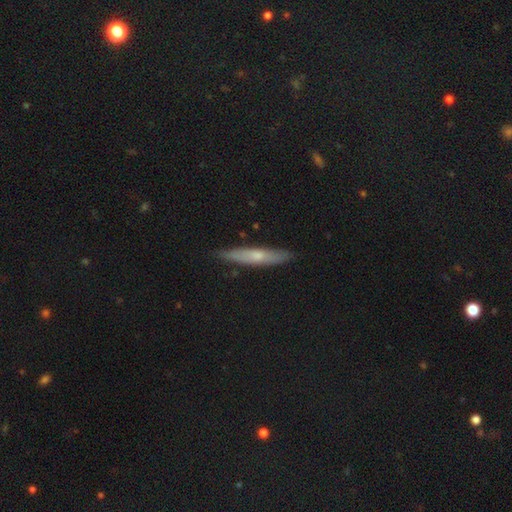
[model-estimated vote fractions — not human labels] Morphology: type=smooth (51%); roundness=cigar-shaped (91%); merging=none (86%).